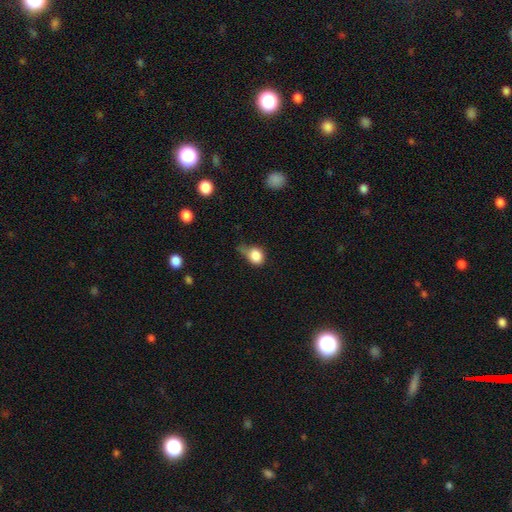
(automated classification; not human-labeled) Overall: smooth (82%). How rounded: round (53%; in between 46%). Merging: minor disturbance (44%; none 25%).